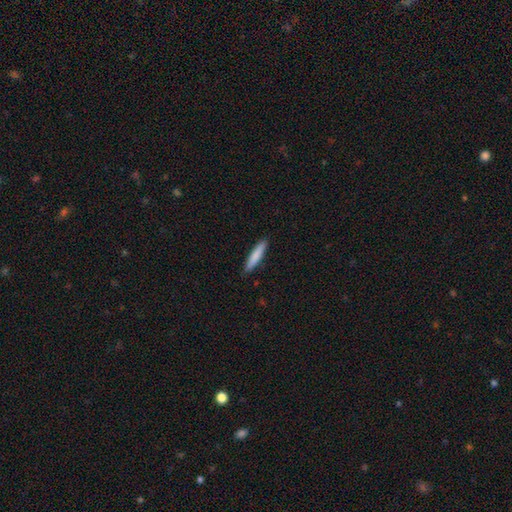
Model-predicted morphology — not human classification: smooth 82%, featured or disk 13%, star or artifact 5%. Down the decision tree: how rounded — cigar-shaped (90%); merging — none (89%).